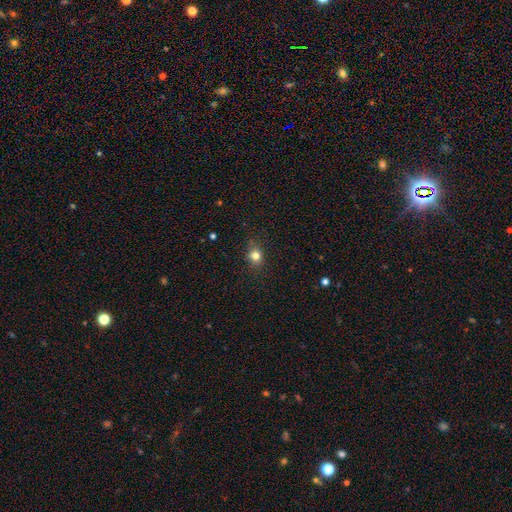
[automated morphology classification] A smooth galaxy with no disk features (78%) that is round (72%). Merging: none (83%).